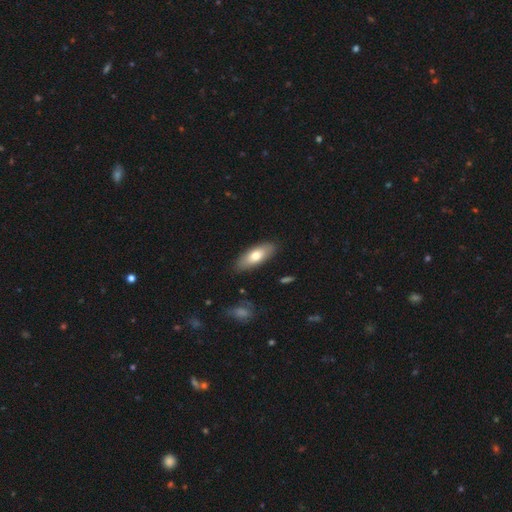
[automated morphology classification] The model was most divided on "smooth or featured": smooth: 71%, featured or disk: 24%, star or artifact: 6%. More confident: merging — none (86%); how rounded — in between (75%).